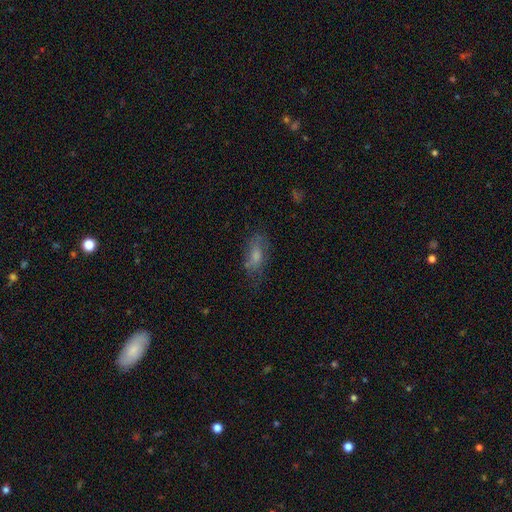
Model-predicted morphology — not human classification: A smooth galaxy with no disk features (51%) that is in between round and cigar-shaped (74%). Merging: none (66%).